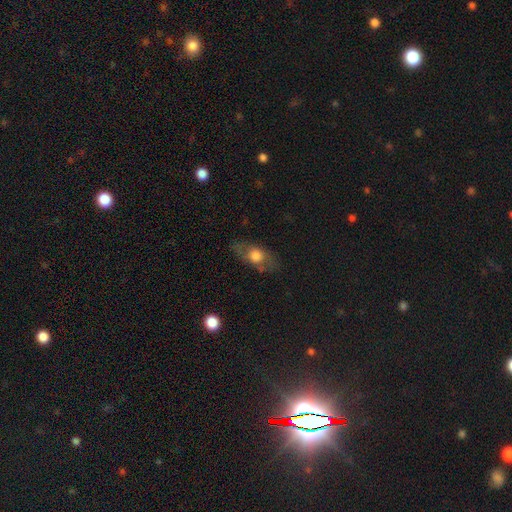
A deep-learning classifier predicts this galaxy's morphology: smooth-or-featured: smooth: 55% | featured or disk: 37% | star or artifact: 8%
  how-rounded: in between: 66% | round: 21% | cigar-shaped: 13%
  merging: none: 74% | minor disturbance: 17% | major disturbance: 8% | merger: 2%